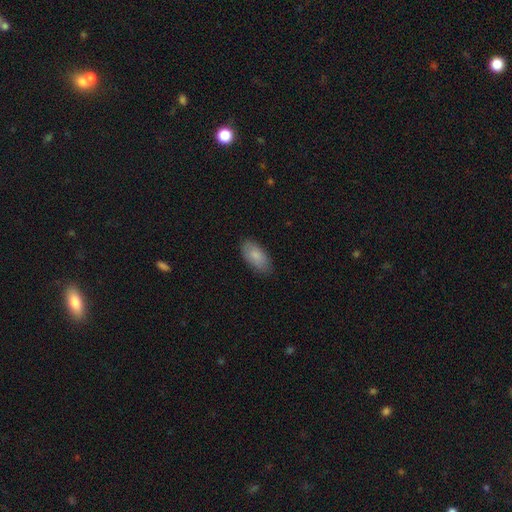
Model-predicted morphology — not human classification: A smooth galaxy with no disk features (84%) that is in between round and cigar-shaped (92%). Merging: none (82%).